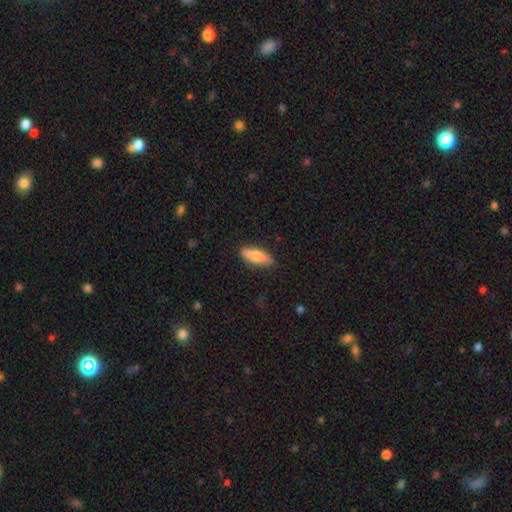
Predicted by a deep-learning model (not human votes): A smooth galaxy with no disk features (74%) that is in between round and cigar-shaped (52%). Merging: none (85%).